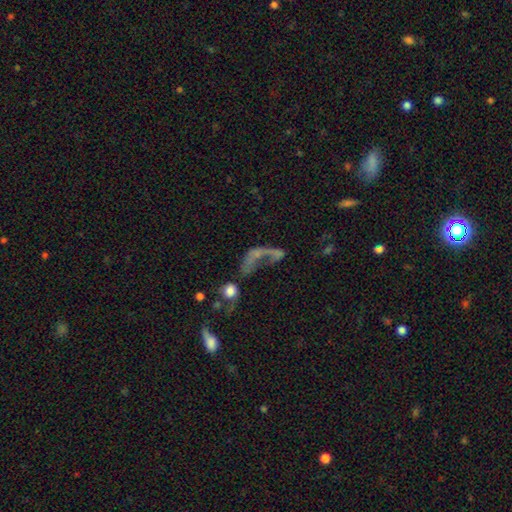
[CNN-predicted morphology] Smooth or featured? featured or disk (43%)
Merging? major disturbance (41%)